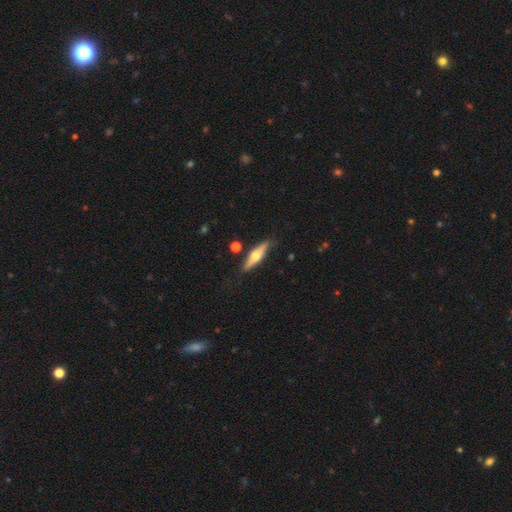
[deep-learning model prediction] A featured or disk galaxy (63%) viewed edge-on (95%) with a rounded central bulge (94%).

Vote fractions:
- Smooth or featured? featured or disk: 63% / smooth: 32% / star or artifact: 5%
- Edge-on disk? yes: 95% / no: 5%
- Edge-on bulge? rounded: 94% / boxy: 3% / none: 2%
- Merging? none: 83% / minor disturbance: 11% / merger: 3% / major disturbance: 2%